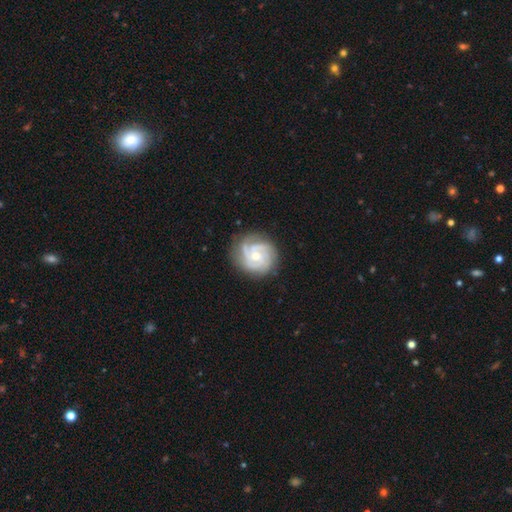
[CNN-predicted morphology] Smooth or featured?
  - featured or disk: 87% *
  - smooth: 8%
  - star or artifact: 5%
Edge-on disk?
  - no: 98% *
  - yes: 2%
Bar?
  - no: 69% *
  - weak: 26%
  - strong: 5%
Spiral arms?
  - yes: 98% *
  - no: 2%
Spiral winding?
  - tight: 67% *
  - medium: 28%
  - loose: 4%
Spiral arm count?
  - 3: 51% *
  - 4: 16%
  - can't tell: 12%
  - 2: 12%
  - 1: 4%
  - more than 4: 4%
Bulge size?
  - small: 51% *
  - moderate: 45%
  - large: 2%
  - none: 2%
  - dominant: 1%
Merging?
  - none: 78% *
  - minor disturbance: 16%
  - major disturbance: 5%
  - merger: 1%